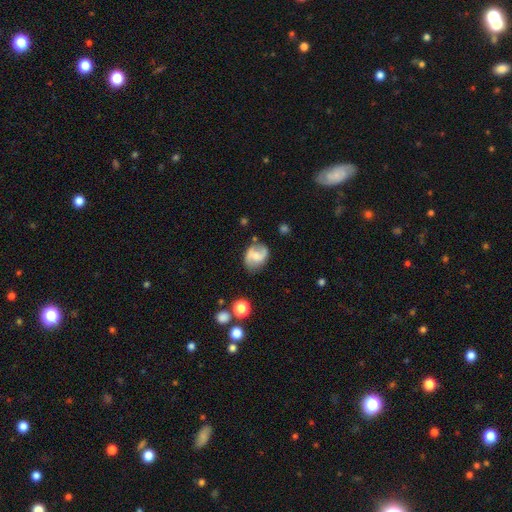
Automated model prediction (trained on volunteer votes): Smooth or featured: featured or disk — 61% (smooth — 31%)
Edge-on disk: no — 97% (yes — 3%)
Bar: no — 44% (weak — 43%)
Spiral arms: yes — 86% (no — 14%)
Spiral winding: loose — 45% (medium — 39%)
Spiral arm count: 2 — 85% (can't tell — 8%)
Bulge size: small — 42% (moderate — 39%)
Merging: none — 67% (minor disturbance — 22%)